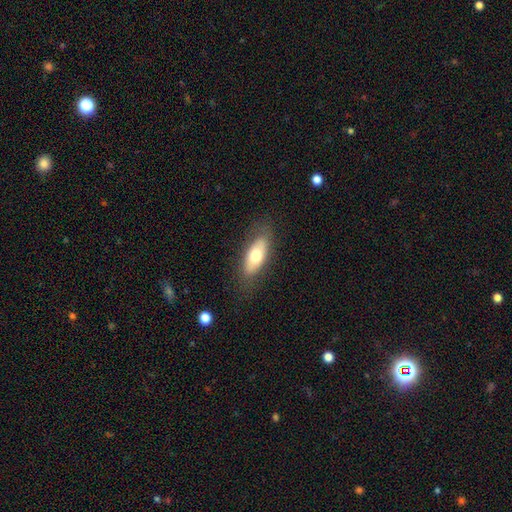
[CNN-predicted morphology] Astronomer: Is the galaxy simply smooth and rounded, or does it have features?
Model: smooth — 65%.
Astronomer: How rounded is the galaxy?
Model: in between — 80%.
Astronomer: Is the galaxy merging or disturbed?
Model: none — 81%.